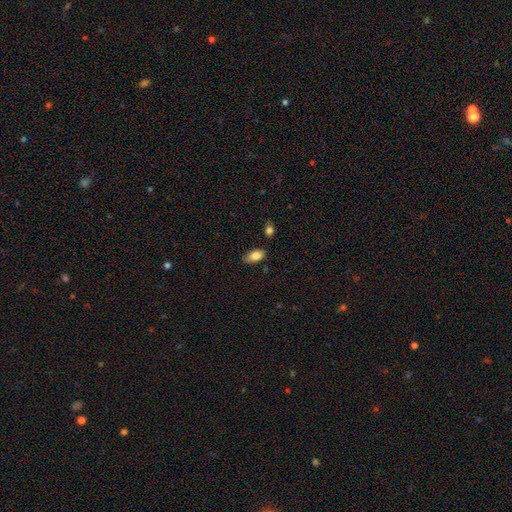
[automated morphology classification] smooth-or-featured: smooth: 83% | featured or disk: 10% | star or artifact: 7%
  how-rounded: in between: 91% | cigar-shaped: 5% | round: 3%
  merging: none: 79% | minor disturbance: 16% | merger: 3% | major disturbance: 3%